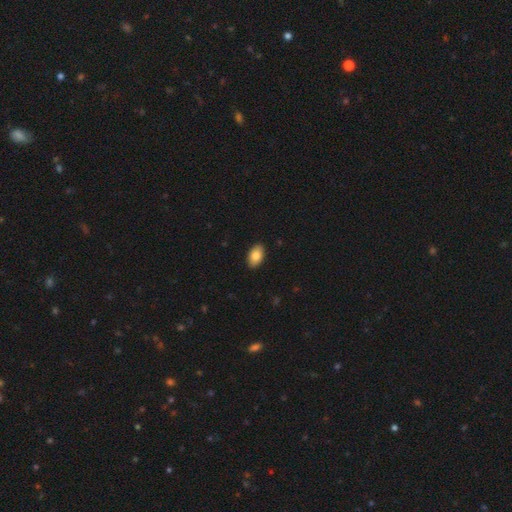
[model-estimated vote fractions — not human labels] A smooth galaxy with no disk features (84%) that is in between round and cigar-shaped (93%). Merging: none (90%).